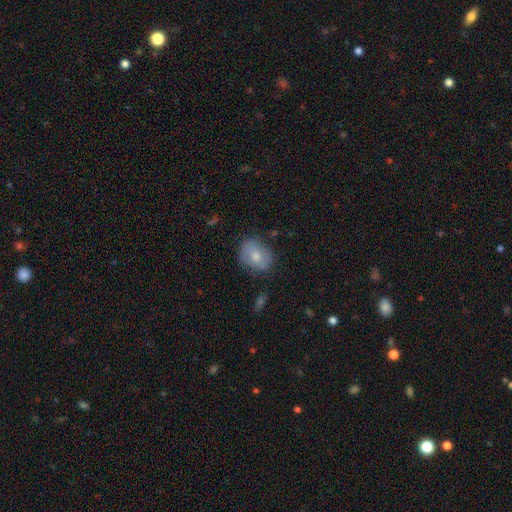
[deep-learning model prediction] smooth_or_featured: smooth (p=0.65) [alt: featured or disk p=0.28]
how_rounded: in between (p=0.61) [alt: round p=0.38]
merging: none (p=0.70) [alt: minor disturbance p=0.22]